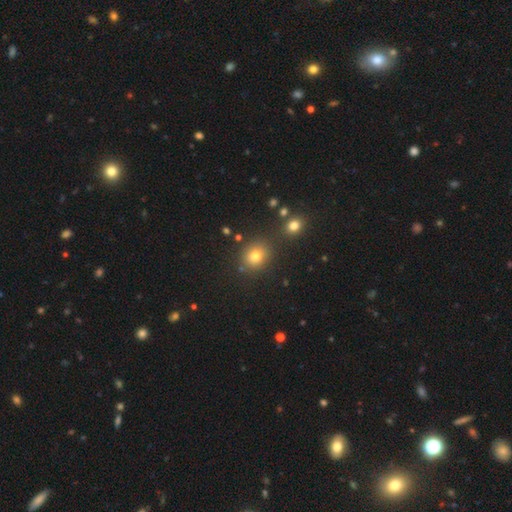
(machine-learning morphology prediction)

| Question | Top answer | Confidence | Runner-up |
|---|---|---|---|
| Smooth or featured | smooth | 75% | star or artifact (17%) |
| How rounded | round | 75% | in between (24%) |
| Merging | none | 81% | minor disturbance (9%) |